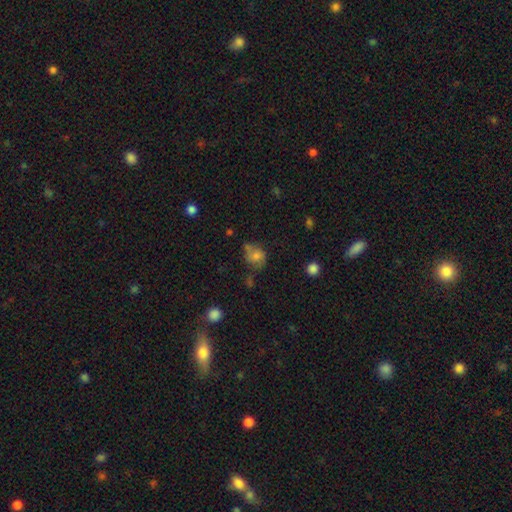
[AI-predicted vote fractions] smooth-or-featured: smooth: 62% | featured or disk: 25% | star or artifact: 13%
  how-rounded: round: 58% | in between: 41% | cigar-shaped: 1%
  merging: none: 46% | minor disturbance: 31% | major disturbance: 15% | merger: 8%